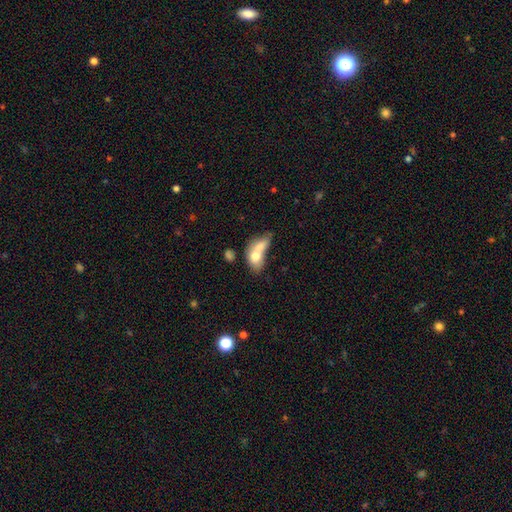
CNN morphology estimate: The model was most divided on "smooth or featured": smooth: 69%, featured or disk: 24%, star or artifact: 7%. More confident: how rounded — in between (76%); merging — merger (73%).